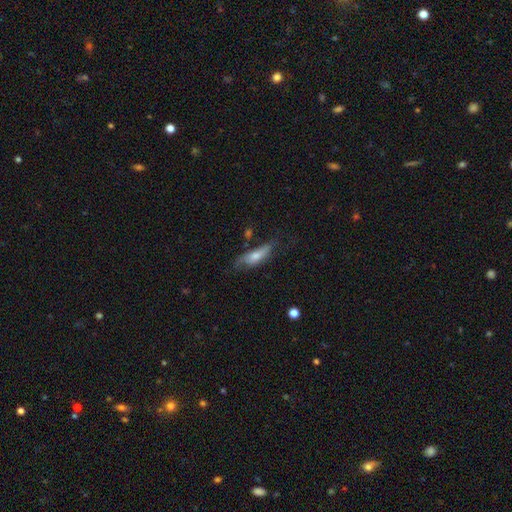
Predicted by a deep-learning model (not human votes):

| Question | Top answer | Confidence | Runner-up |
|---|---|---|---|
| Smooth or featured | smooth | 50% | featured or disk (41%) |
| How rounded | cigar-shaped | 49% | in between (48%) |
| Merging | none | 50% | minor disturbance (29%) |